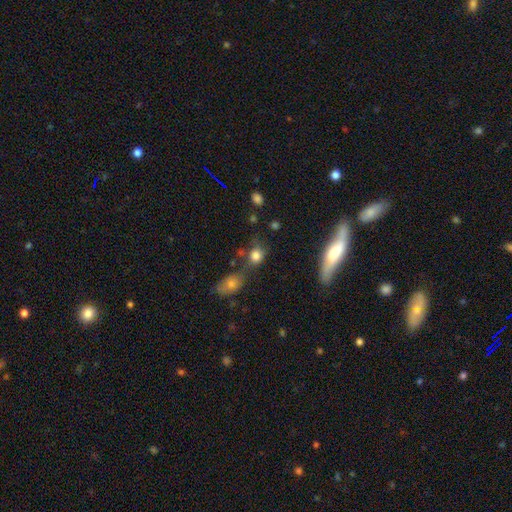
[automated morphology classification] The model was most divided on "merging": none: 55%, merger: 20%, minor disturbance: 17%, major disturbance: 9%. More confident: smooth or featured — smooth (79%); how rounded — round (67%).